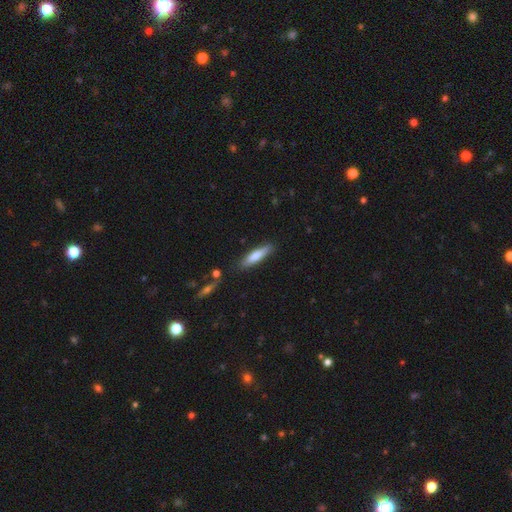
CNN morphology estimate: type=smooth (70%); roundness=cigar-shaped (77%); merging=none (85%).